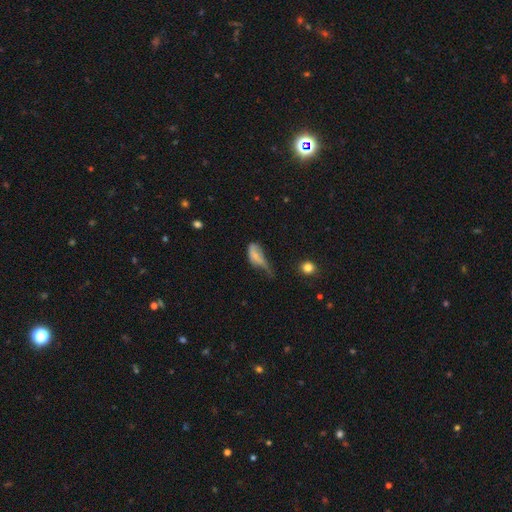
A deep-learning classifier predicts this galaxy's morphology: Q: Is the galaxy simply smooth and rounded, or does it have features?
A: smooth — 64%.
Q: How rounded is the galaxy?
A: in between — 83%.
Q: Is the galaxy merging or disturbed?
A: major disturbance — 45%.